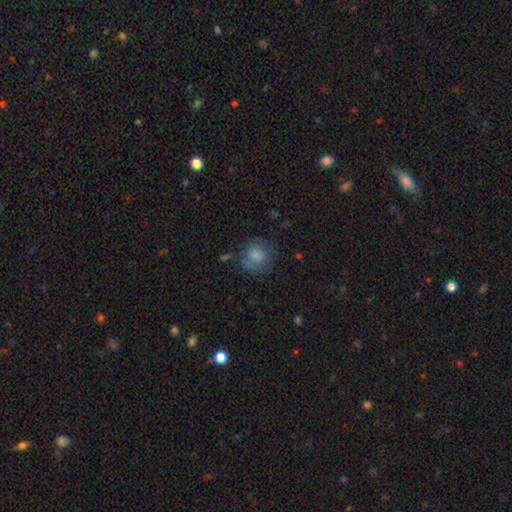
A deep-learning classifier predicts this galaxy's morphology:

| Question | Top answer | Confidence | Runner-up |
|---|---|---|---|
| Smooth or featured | smooth | 69% | featured or disk (20%) |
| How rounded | round | 81% | in between (18%) |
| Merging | none | 59% | minor disturbance (22%) |